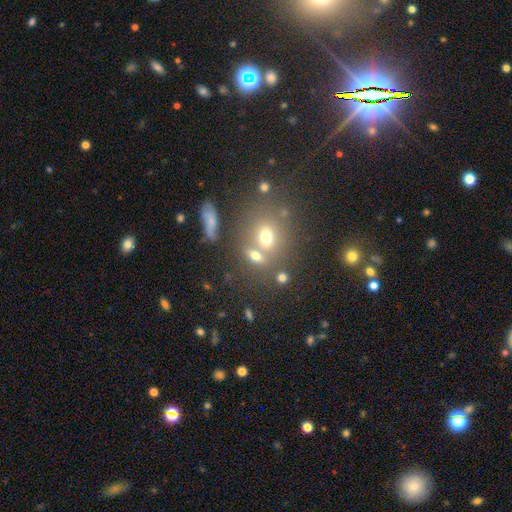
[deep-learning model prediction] A smooth galaxy with no disk features (63%) that is in between round and cigar-shaped (53%).

Vote fractions:
- Smooth or featured? smooth: 63% / star or artifact: 19% / featured or disk: 17%
- How rounded? in between: 53% / round: 39% / cigar-shaped: 8%
- Merging? none: 49% / merger: 35% / minor disturbance: 10% / major disturbance: 6%